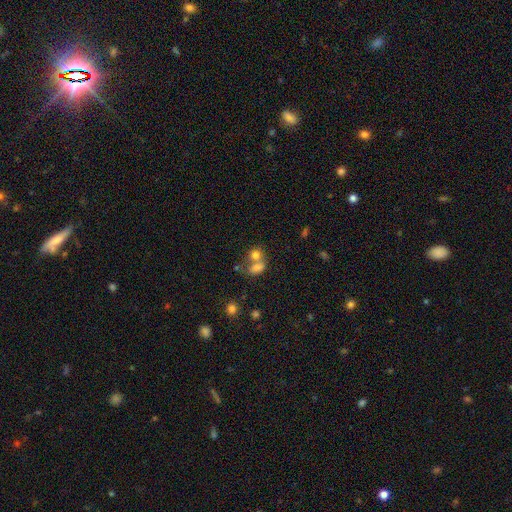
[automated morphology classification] Smooth or featured: smooth — 74% (star or artifact — 13%)
How rounded: round — 52% (in between — 47%)
Merging: merger — 57% (none — 29%)